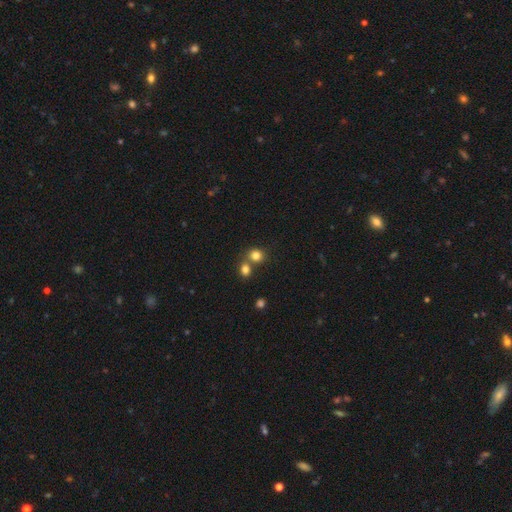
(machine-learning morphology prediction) Smooth or featured: smooth — 81% (star or artifact — 13%)
How rounded: round — 76% (in between — 23%)
Merging: none — 50% (merger — 40%)